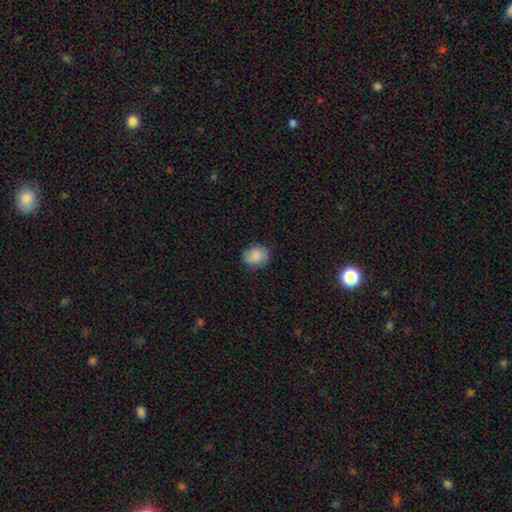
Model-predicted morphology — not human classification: Overall: smooth (84%). How rounded: round (70%). Merging: none (82%).